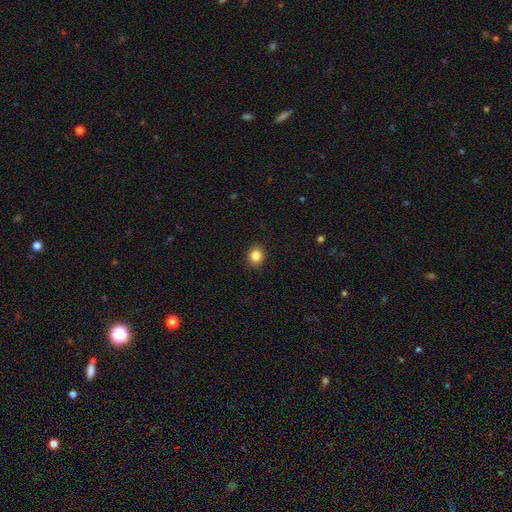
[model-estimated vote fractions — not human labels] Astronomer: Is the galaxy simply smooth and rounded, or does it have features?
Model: smooth — 85%.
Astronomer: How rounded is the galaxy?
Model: round — 76%.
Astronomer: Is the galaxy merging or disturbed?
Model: none — 91%.